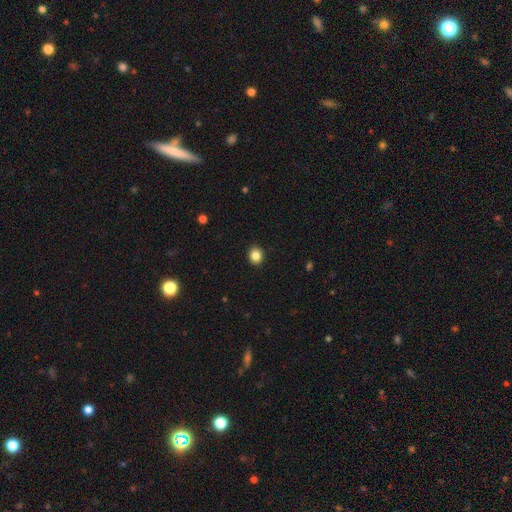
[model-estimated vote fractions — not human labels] Overall: smooth (86%). How rounded: round (65%; in between 34%). Merging: none (91%).